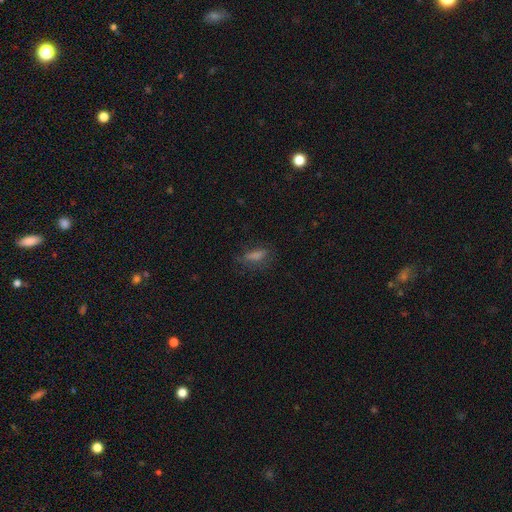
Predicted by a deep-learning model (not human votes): This is likely a smooth galaxy (64%). How rounded: possibly in between (50%). Merging: likely none (70%).